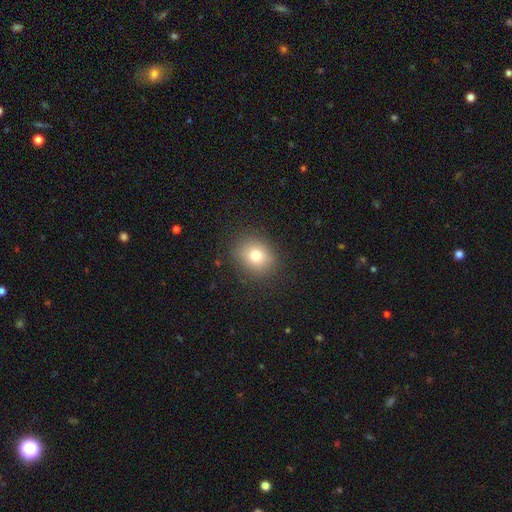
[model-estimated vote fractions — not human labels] This appears to be a smooth galaxy with no disk features (76%) that is round (72%). Merging: none (86%).